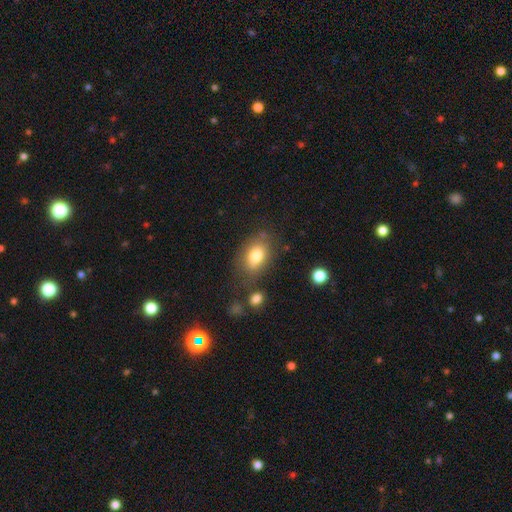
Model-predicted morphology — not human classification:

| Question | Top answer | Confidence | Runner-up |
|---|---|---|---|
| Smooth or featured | smooth | 79% | featured or disk (13%) |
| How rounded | in between | 80% | round (19%) |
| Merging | none | 70% | minor disturbance (17%) |